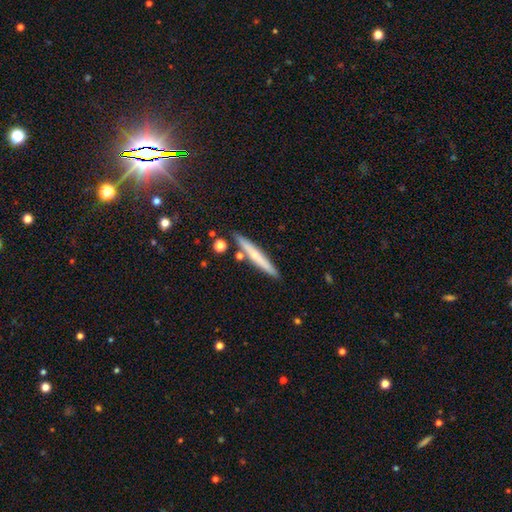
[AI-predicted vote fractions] This is possibly a smooth galaxy (49%). Merging: clearly none (86%).